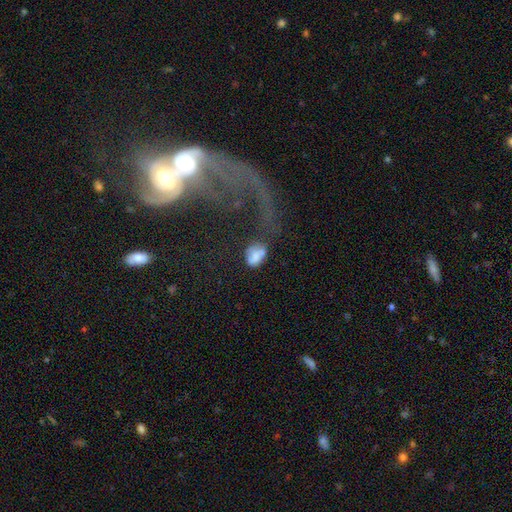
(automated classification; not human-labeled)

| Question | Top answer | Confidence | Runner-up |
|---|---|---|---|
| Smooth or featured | smooth | 71% | featured or disk (18%) |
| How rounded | in between | 72% | round (27%) |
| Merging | none | 39% | minor disturbance (23%) |